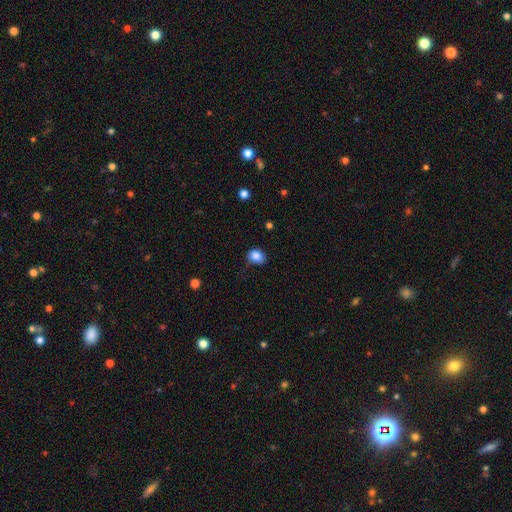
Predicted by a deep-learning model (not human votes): Smooth or featured?
  - smooth: 85% *
  - star or artifact: 10%
  - featured or disk: 5%
How rounded?
  - round: 58% *
  - in between: 41%
  - cigar-shaped: 1%
Merging?
  - none: 67% *
  - minor disturbance: 25%
  - major disturbance: 6%
  - merger: 1%